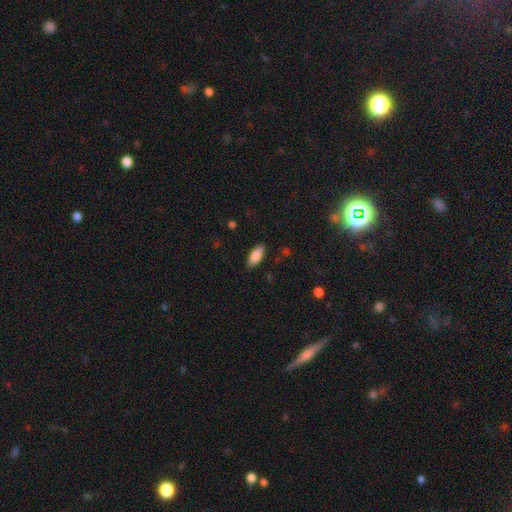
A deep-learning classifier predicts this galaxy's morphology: Smooth or featured? smooth (85%)
How rounded? in between (86%)
Merging? none (86%)